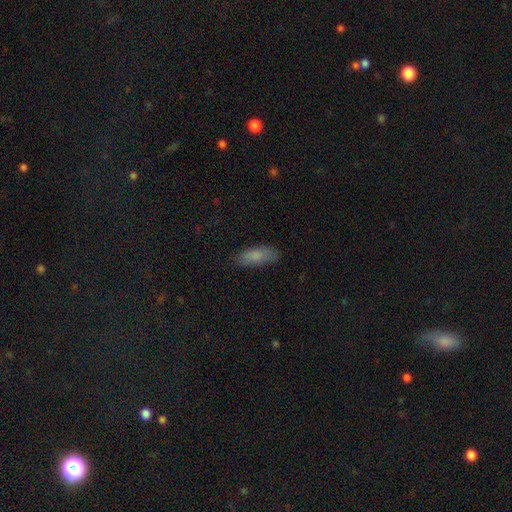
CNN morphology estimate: Smooth or featured? smooth (83%)
How rounded? in between (74%)
Merging? none (78%)